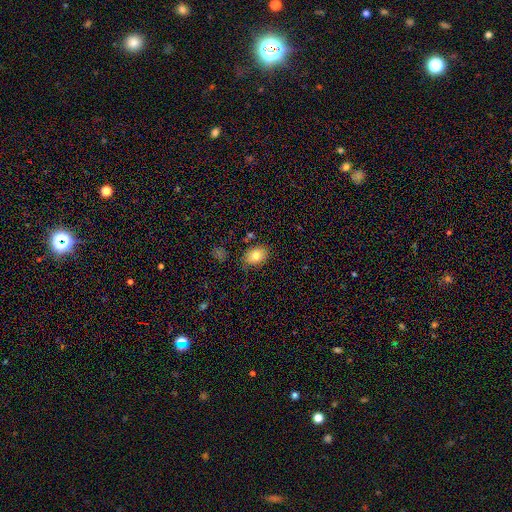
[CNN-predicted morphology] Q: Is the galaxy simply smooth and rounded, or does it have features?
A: smooth — 79%.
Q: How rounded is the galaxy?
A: in between — 73%.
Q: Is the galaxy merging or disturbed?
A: none — 78%.